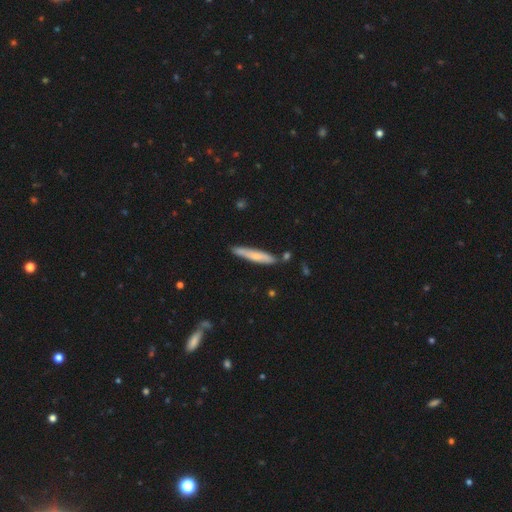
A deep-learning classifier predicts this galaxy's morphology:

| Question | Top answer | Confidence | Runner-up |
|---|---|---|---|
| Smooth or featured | smooth | 63% | featured or disk (32%) |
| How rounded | cigar-shaped | 92% | in between (6%) |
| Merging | none | 77% | minor disturbance (15%) |